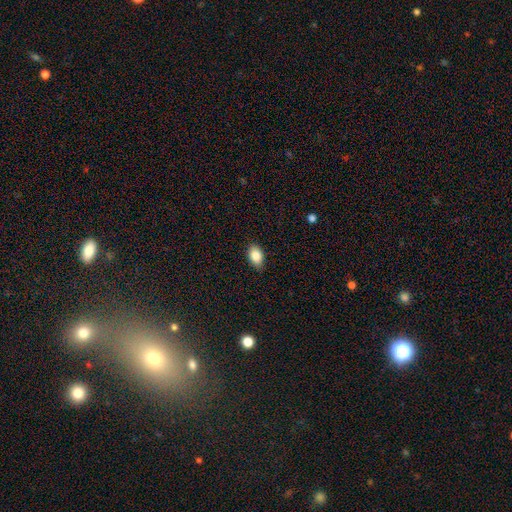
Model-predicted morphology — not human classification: This is clearly a smooth galaxy (86%). How rounded: clearly in between (90%). Merging: clearly none (87%).